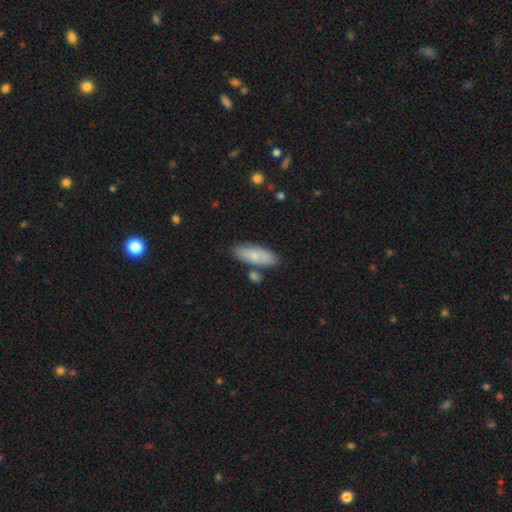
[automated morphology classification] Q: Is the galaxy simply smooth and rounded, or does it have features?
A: smooth — 75%.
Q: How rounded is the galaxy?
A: in between — 66%.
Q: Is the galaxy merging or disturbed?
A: none — 76%.